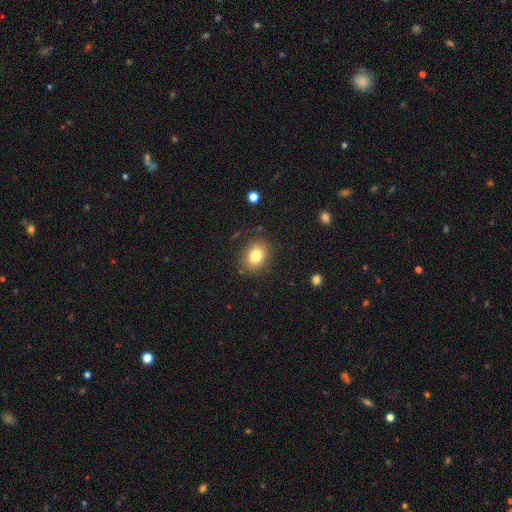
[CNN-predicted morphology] The model was most divided on "how rounded": in between: 52%, round: 47%, cigar-shaped: 1%. More confident: merging — none (84%); smooth or featured — smooth (80%).